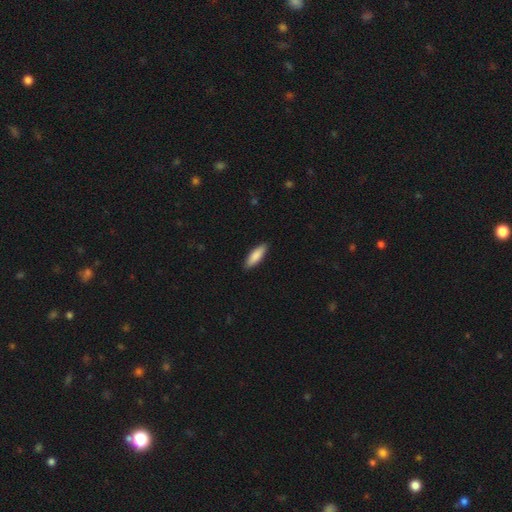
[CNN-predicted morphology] Smooth or featured? smooth (87%)
How rounded? in between (52%)
Merging? none (89%)